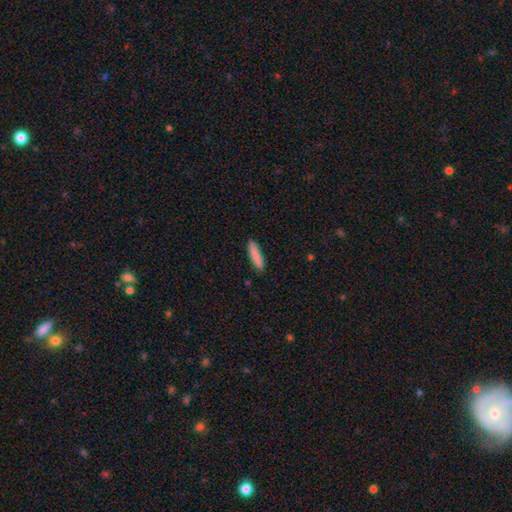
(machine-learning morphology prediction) Q: Smooth or featured?
A: smooth (86%); runner-up: featured or disk (7%)
Q: How rounded?
A: cigar-shaped (80%); runner-up: in between (18%)
Q: Merging?
A: none (88%); runner-up: minor disturbance (9%)